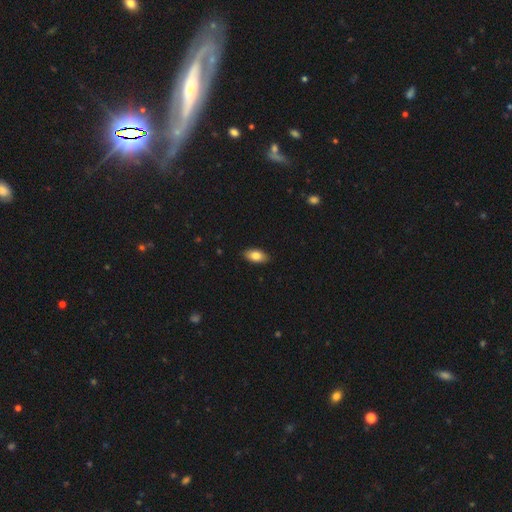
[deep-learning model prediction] Q: Smooth or featured?
A: smooth (82%); runner-up: featured or disk (11%)
Q: How rounded?
A: in between (92%); runner-up: cigar-shaped (4%)
Q: Merging?
A: none (89%); runner-up: minor disturbance (9%)